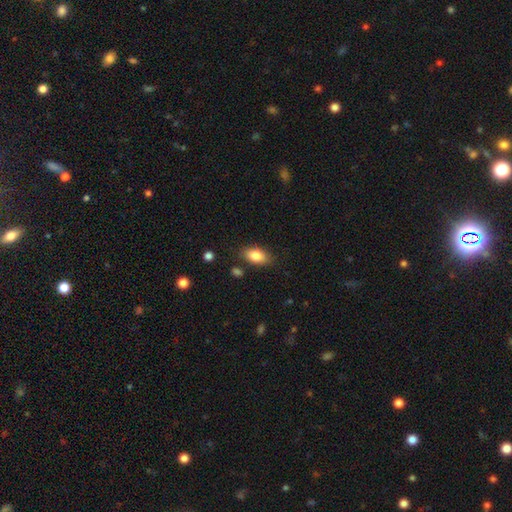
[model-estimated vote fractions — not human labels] A smooth galaxy with no disk features (84%) that is in between round and cigar-shaped (90%). Merging: none (81%).